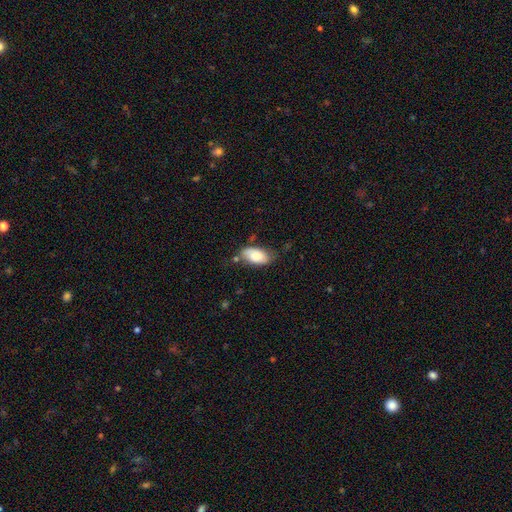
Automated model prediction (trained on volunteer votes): Smooth or featured?
  - smooth: 81% *
  - featured or disk: 12%
  - star or artifact: 7%
How rounded?
  - in between: 94% *
  - cigar-shaped: 3%
  - round: 3%
Merging?
  - none: 60% *
  - minor disturbance: 27%
  - major disturbance: 7%
  - merger: 5%